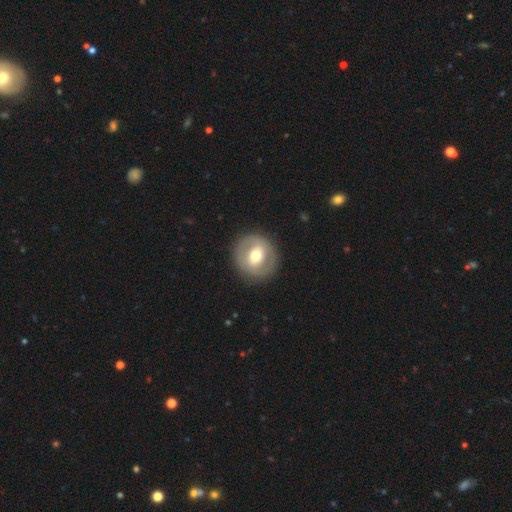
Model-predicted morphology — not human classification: This is possibly a smooth galaxy (49%). Merging: clearly none (88%).